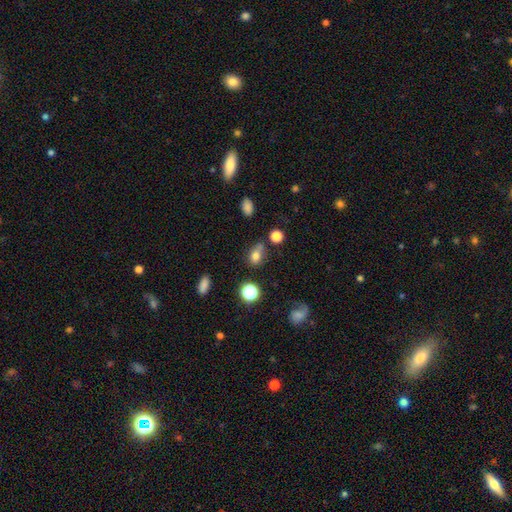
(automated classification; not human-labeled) A smooth galaxy with no disk features (74%) that is in between round and cigar-shaped (63%).

Vote fractions:
- Smooth or featured? smooth: 74% / star or artifact: 15% / featured or disk: 11%
- How rounded? in between: 63% / round: 34% / cigar-shaped: 3%
- Merging? none: 53% / minor disturbance: 25% / merger: 13% / major disturbance: 9%